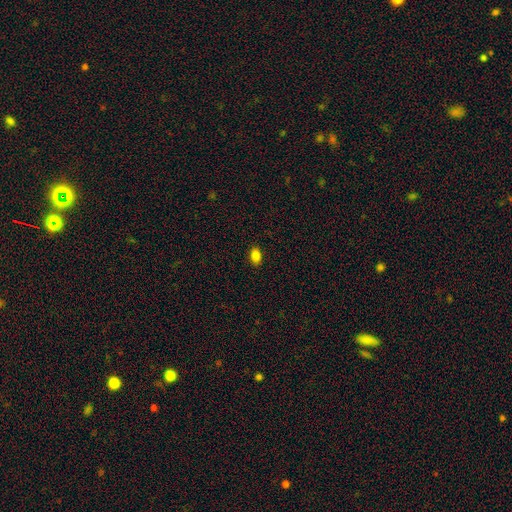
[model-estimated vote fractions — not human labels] Q: Smooth or featured?
A: smooth (85%); runner-up: star or artifact (10%)
Q: How rounded?
A: in between (84%); runner-up: round (15%)
Q: Merging?
A: none (89%); runner-up: minor disturbance (8%)